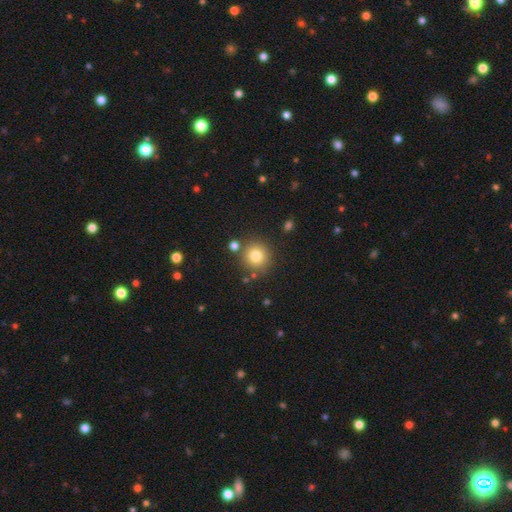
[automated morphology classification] Smooth or featured? Predicted: smooth (p=0.79). How rounded? Predicted: round (p=0.92). Merging? Predicted: none (p=0.82).